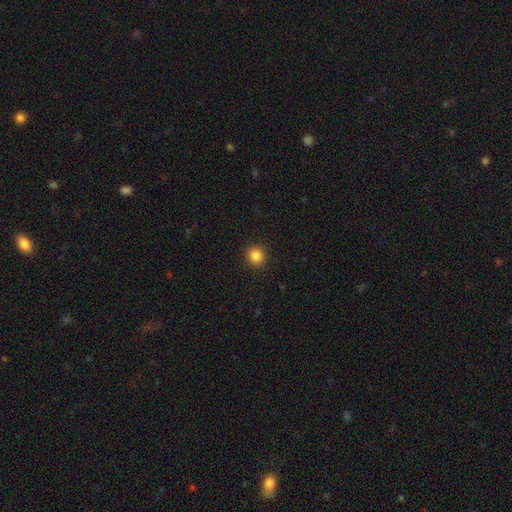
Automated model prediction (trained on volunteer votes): A smooth galaxy with no disk features (85%) that is round (93%).

Vote fractions:
- Smooth or featured? smooth: 85% / star or artifact: 11% / featured or disk: 4%
- How rounded? round: 93% / in between: 6% / cigar-shaped: 1%
- Merging? none: 93% / minor disturbance: 5% / major disturbance: 2% / merger: 1%